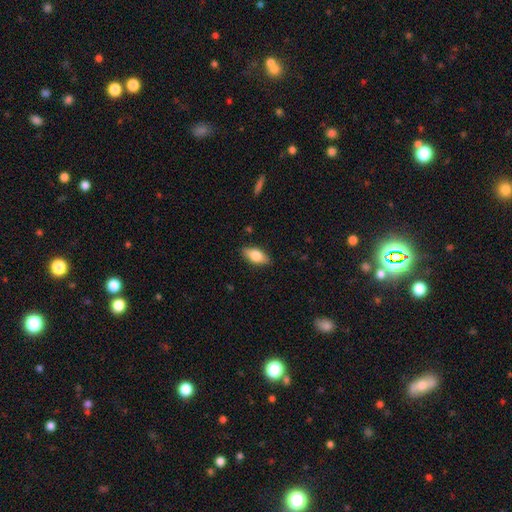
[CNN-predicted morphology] smooth 77%, featured or disk 17%, star or artifact 7%. Down the decision tree: how rounded — in between (86%); merging — none (87%).